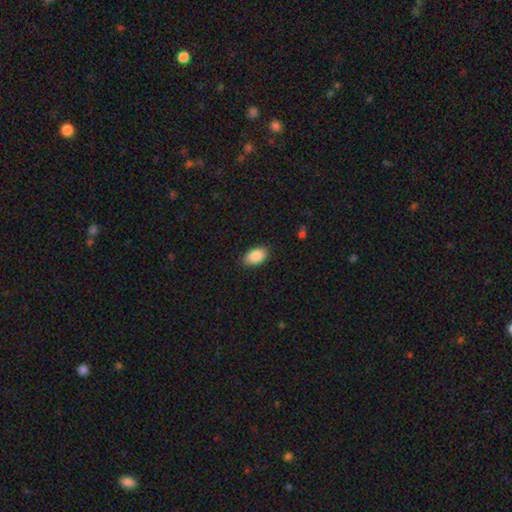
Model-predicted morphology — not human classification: The model was most divided on "merging": none: 85%, minor disturbance: 12%, major disturbance: 2%, merger: 1%. More confident: how rounded — in between (93%); smooth or featured — smooth (89%).